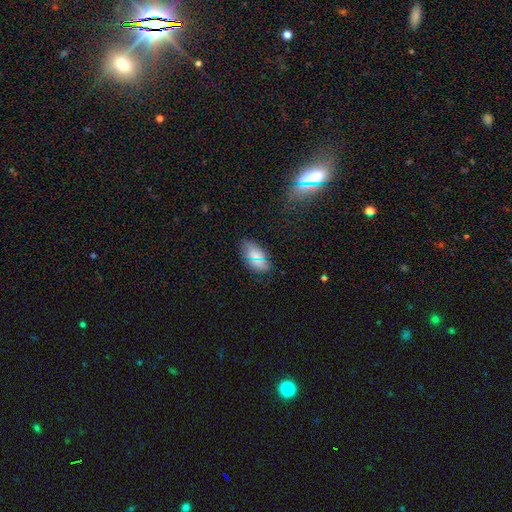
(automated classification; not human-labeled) smooth 70%, star or artifact 19%, featured or disk 11%. Down the decision tree: how rounded — in between (92%); merging — none (82%).